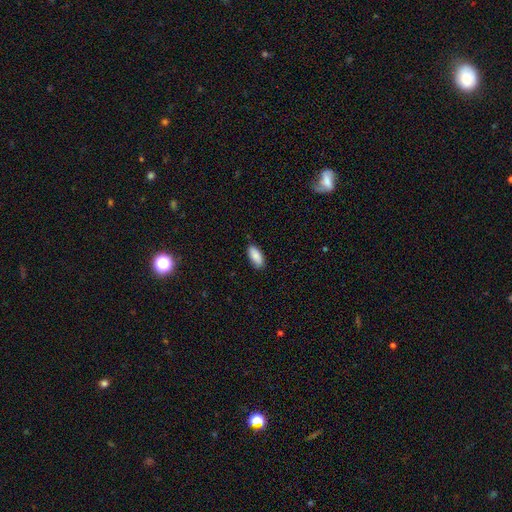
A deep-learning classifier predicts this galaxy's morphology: A smooth galaxy with no disk features (88%) that is in between round and cigar-shaped (85%).

Vote fractions:
- Smooth or featured? smooth: 88% / star or artifact: 6% / featured or disk: 6%
- How rounded? in between: 85% / cigar-shaped: 13% / round: 2%
- Merging? none: 85% / minor disturbance: 12% / major disturbance: 2% / merger: 1%